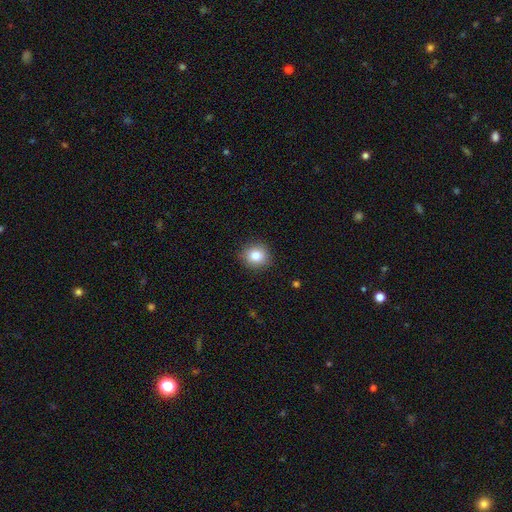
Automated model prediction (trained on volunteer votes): Q: Smooth or featured?
A: smooth (83%); runner-up: star or artifact (10%)
Q: How rounded?
A: round (85%); runner-up: in between (15%)
Q: Merging?
A: none (89%); runner-up: minor disturbance (8%)